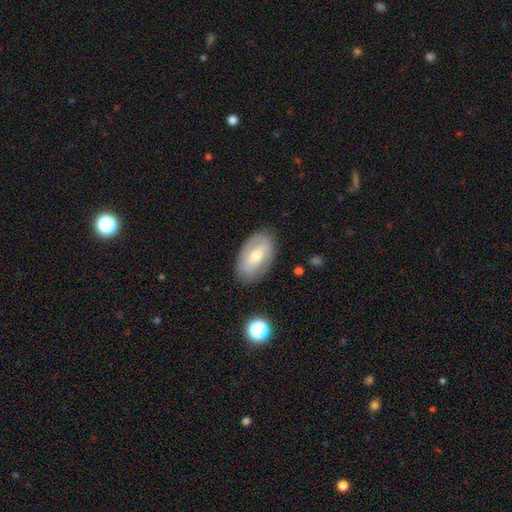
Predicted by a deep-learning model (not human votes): This is possibly a featured or disk galaxy (54%). It is clearly not viewed edge-on (91%). Merging: clearly none (80%).